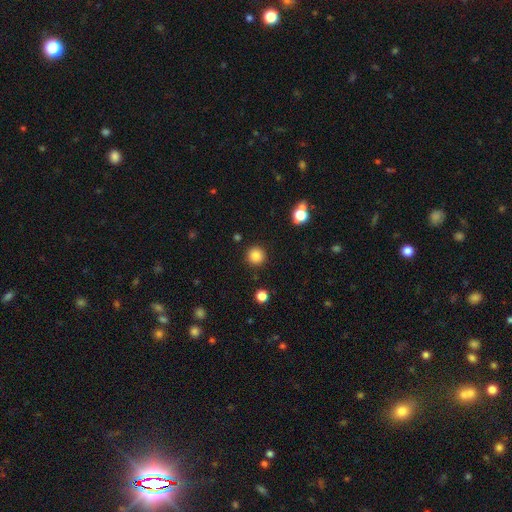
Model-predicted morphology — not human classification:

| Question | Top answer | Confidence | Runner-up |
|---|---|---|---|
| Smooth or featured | smooth | 85% | star or artifact (11%) |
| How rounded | round | 95% | in between (4%) |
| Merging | none | 91% | minor disturbance (5%) |